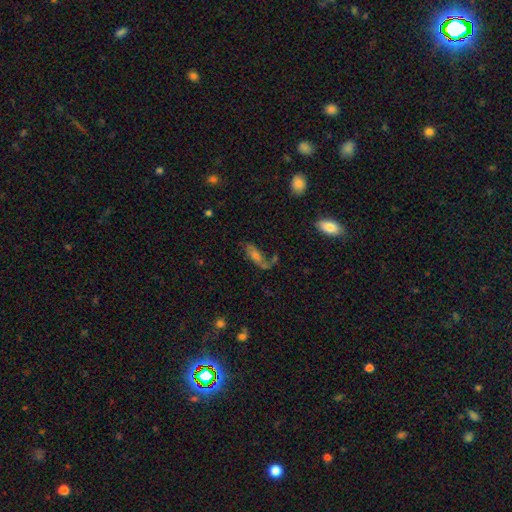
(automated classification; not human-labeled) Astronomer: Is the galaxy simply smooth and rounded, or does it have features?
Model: featured or disk — 47% (runner-up: smooth, 36%).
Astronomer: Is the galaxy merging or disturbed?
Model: none — 52%.